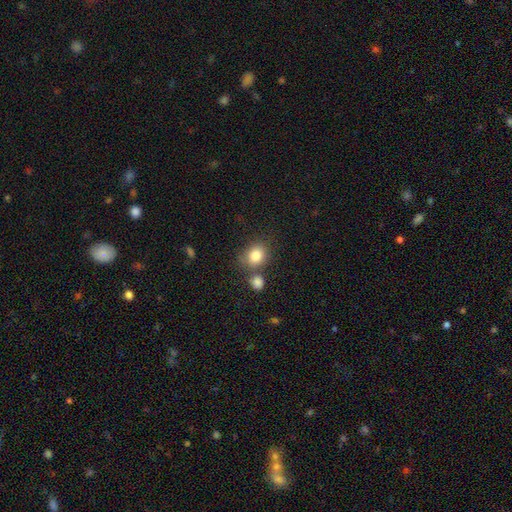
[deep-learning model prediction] Morphology: type=smooth (83%); roundness=round (57%); merging=none (61%).